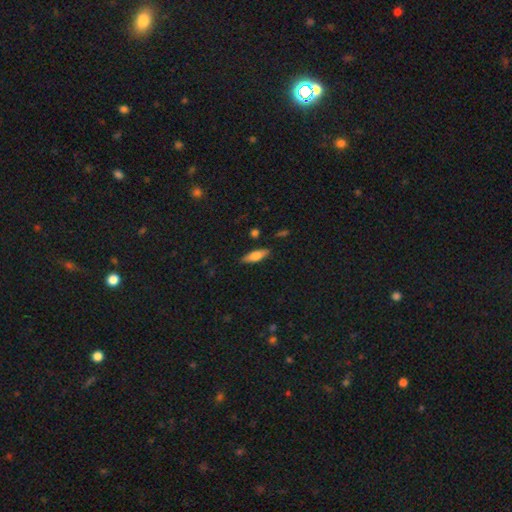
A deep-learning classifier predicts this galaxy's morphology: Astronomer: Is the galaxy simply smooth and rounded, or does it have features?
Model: smooth — 65%.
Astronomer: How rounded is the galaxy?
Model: in between — 50% (runner-up: cigar-shaped, 48%).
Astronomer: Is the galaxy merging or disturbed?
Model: none — 85%.